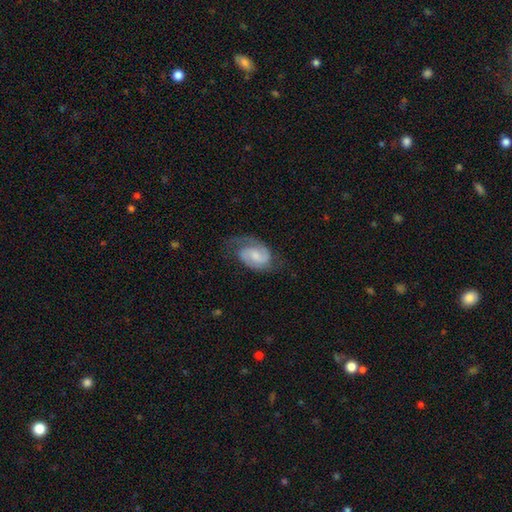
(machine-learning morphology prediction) This appears to be a featured or disk galaxy (74%) with no bar (46%), 2 (74%) medium (48%) spiral arms (94%) and a moderate central bulge (39%, tied with small). Merging: none (57%).